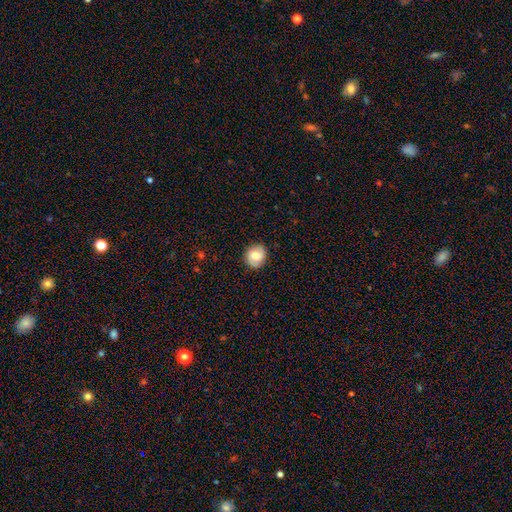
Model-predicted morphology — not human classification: The model was most divided on "smooth or featured": smooth: 61%, featured or disk: 31%, star or artifact: 8%. More confident: merging — none (86%); how rounded — round (77%).